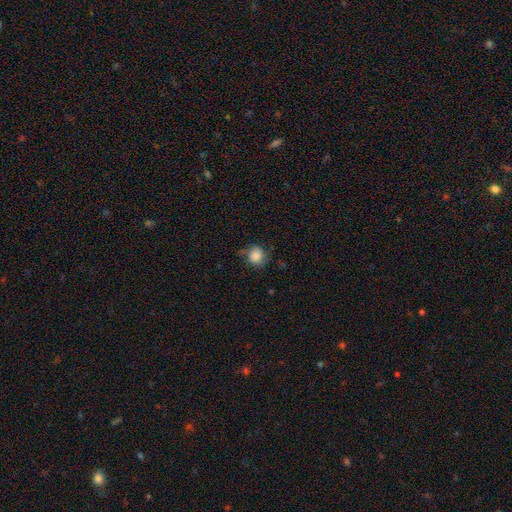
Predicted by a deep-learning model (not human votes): Morphology: type=smooth (82%); roundness=round (83%); merging=none (63%).